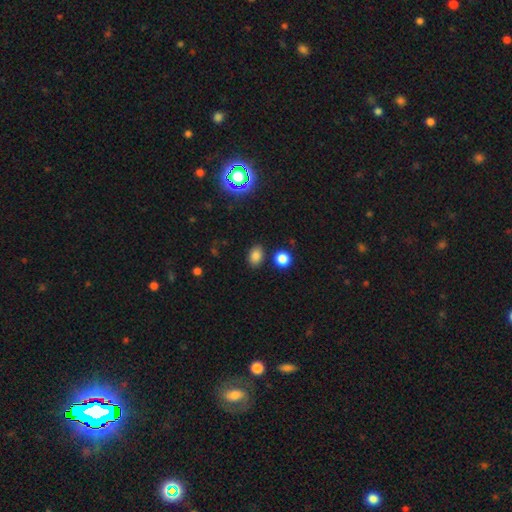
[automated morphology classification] This is clearly a smooth galaxy (81%). How rounded: likely in between (76%). Merging: clearly none (82%).